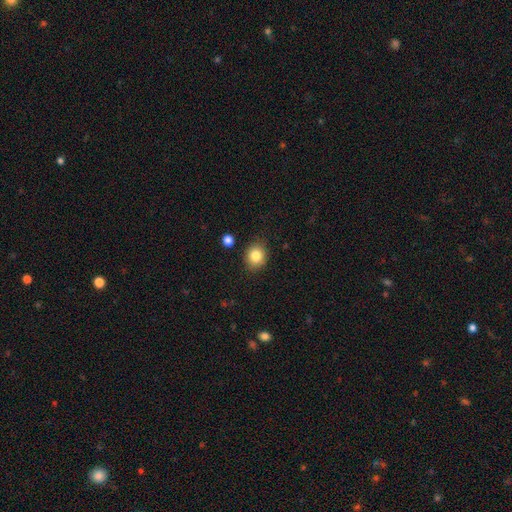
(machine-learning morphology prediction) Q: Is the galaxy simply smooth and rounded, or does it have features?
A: smooth — 83%.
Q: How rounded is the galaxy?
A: round — 68%.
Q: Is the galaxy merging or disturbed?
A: none — 86%.